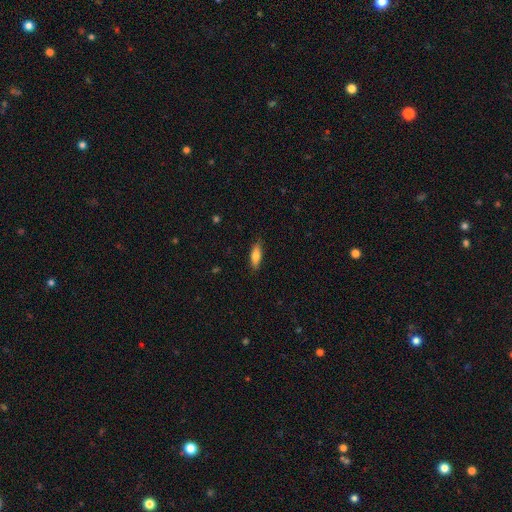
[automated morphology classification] Smooth or featured: smooth — 76% (featured or disk — 17%)
How rounded: in between — 55% (cigar-shaped — 42%)
Merging: none — 85% (minor disturbance — 12%)